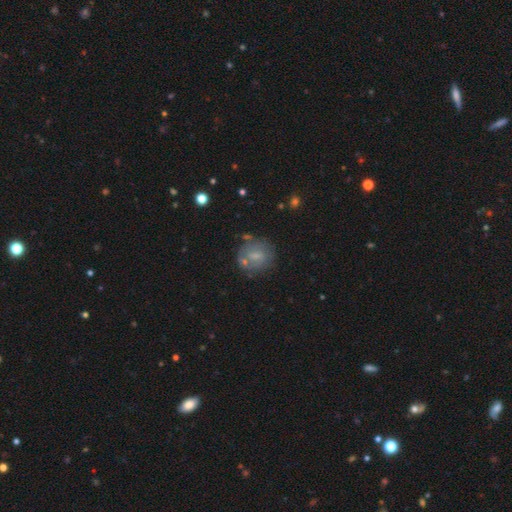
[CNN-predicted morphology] smooth-or-featured: smooth: 49% | featured or disk: 41% | star or artifact: 10%
  merging: none: 64% | minor disturbance: 19% | major disturbance: 9% | merger: 8%